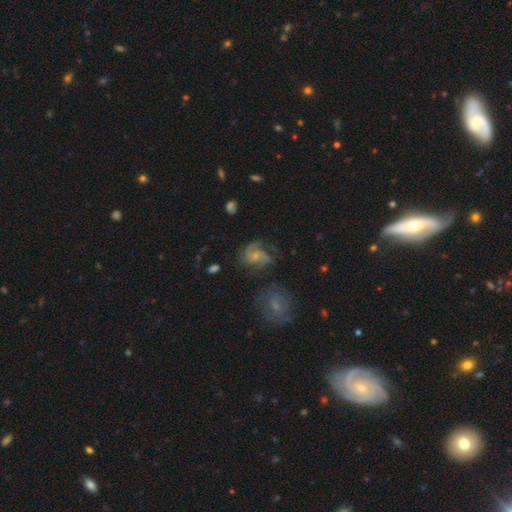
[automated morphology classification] This appears to be a featured or disk galaxy (77%) with no bar (64%), 2 (53%) medium (50%) spiral arms (94%) and a small central bulge (57%). Merging: none (58%).